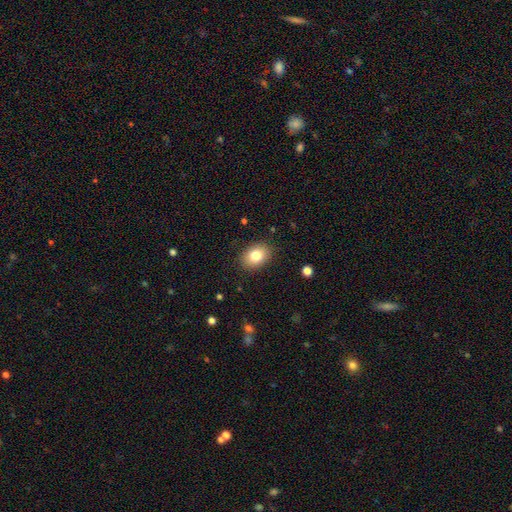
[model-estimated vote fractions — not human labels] Overall: smooth (82%). How rounded: in between (74%). Merging: none (87%).